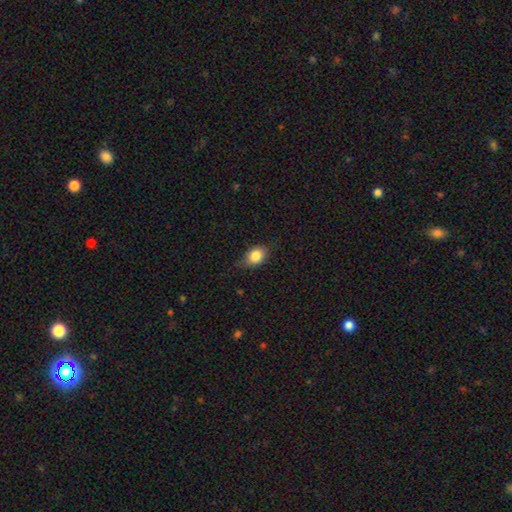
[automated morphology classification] Smooth or featured?
  - smooth: 80% *
  - featured or disk: 11%
  - star or artifact: 9%
How rounded?
  - in between: 58% *
  - round: 40%
  - cigar-shaped: 2%
Merging?
  - none: 66% *
  - minor disturbance: 27%
  - major disturbance: 6%
  - merger: 1%